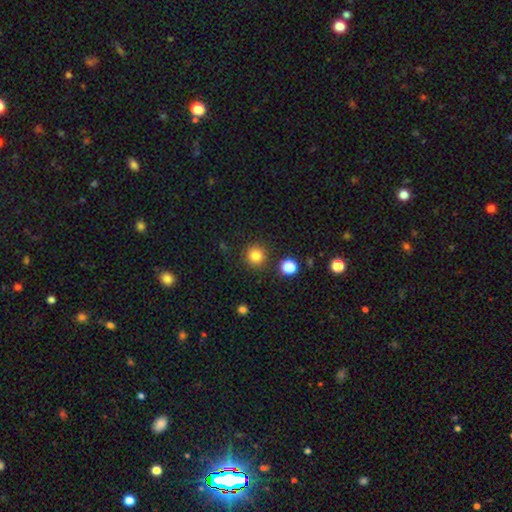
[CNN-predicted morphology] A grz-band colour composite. It shows a smooth galaxy with no disk features (83%) that is round (94%). Merging: none (88%).